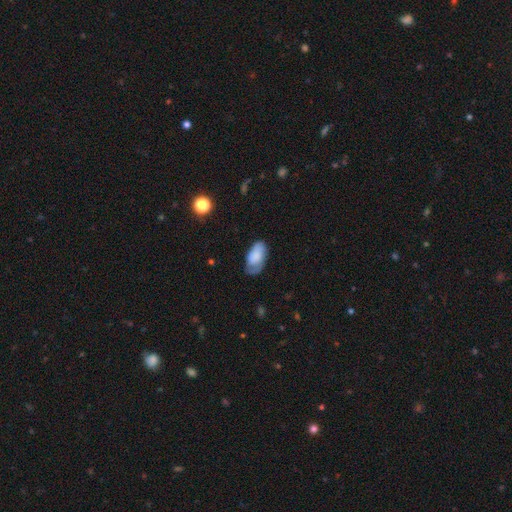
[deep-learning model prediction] A smooth galaxy with no disk features (72%) that is in between round and cigar-shaped (94%). Merging: none (53%).